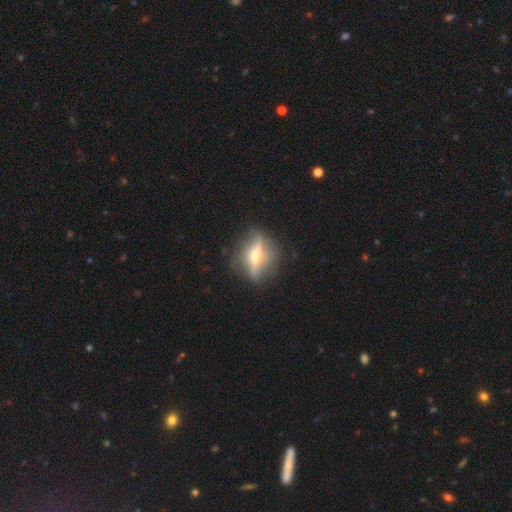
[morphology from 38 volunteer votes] This appears to be a featured or disk galaxy (68%) viewed edge-on (50%, tied with no) with a rounded central bulge (100%). Merging: none (81%).